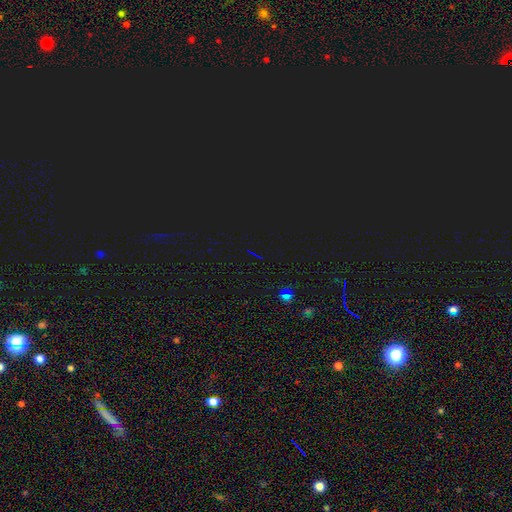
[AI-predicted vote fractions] This appears to be a star or artifact, not a galaxy (81%).